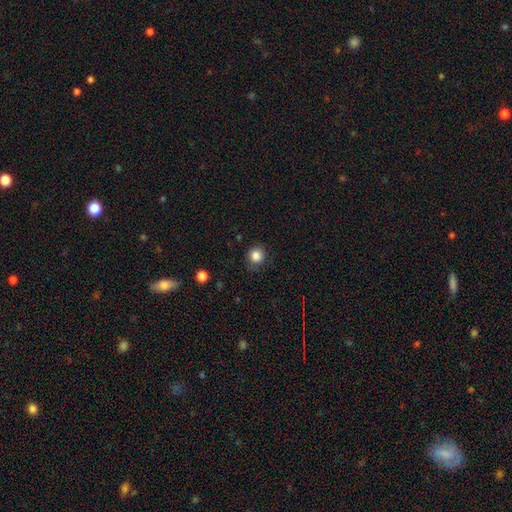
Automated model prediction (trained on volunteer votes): Smooth or featured?
  - smooth: 84% *
  - star or artifact: 11%
  - featured or disk: 4%
How rounded?
  - round: 87% *
  - in between: 12%
  - cigar-shaped: 1%
Merging?
  - none: 83% *
  - minor disturbance: 12%
  - major disturbance: 3%
  - merger: 1%